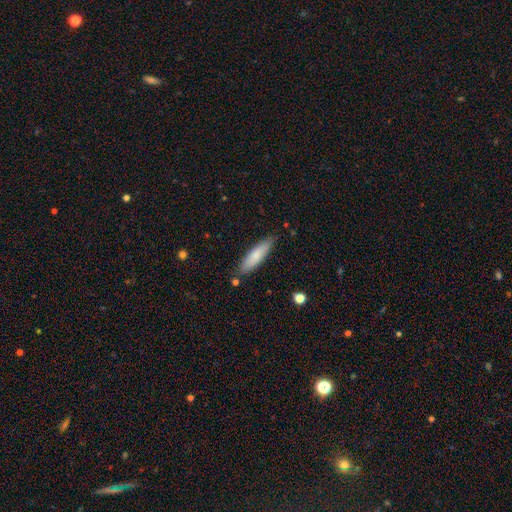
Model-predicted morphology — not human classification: type=smooth (79%); roundness=cigar-shaped (70%); merging=none (82%).